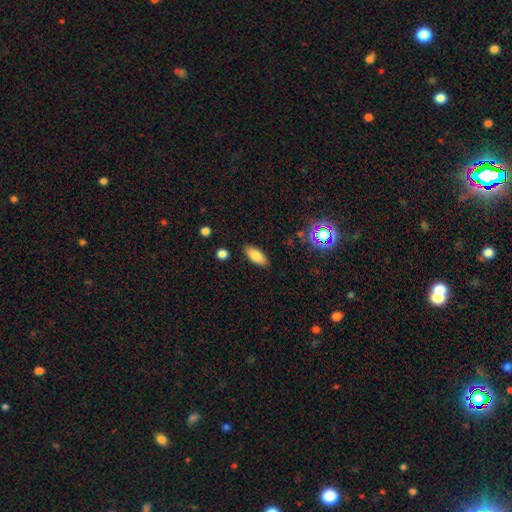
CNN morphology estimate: Q: Smooth or featured?
A: smooth (79%); runner-up: featured or disk (12%)
Q: How rounded?
A: in between (83%); runner-up: cigar-shaped (14%)
Q: Merging?
A: none (86%); runner-up: minor disturbance (10%)